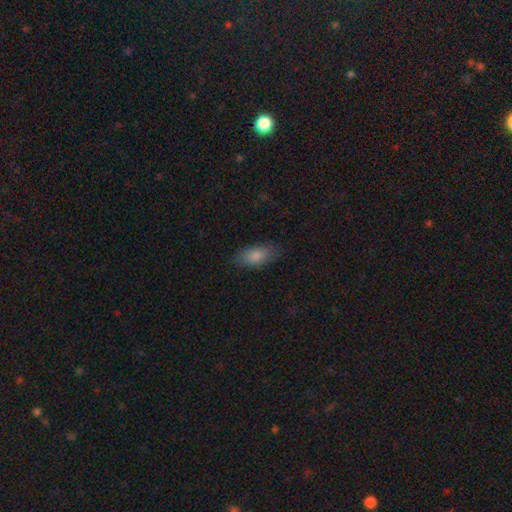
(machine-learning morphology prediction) smooth-or-featured: smooth: 85% | featured or disk: 9% | star or artifact: 7%
  how-rounded: in between: 89% | cigar-shaped: 8% | round: 3%
  merging: none: 80% | minor disturbance: 15% | major disturbance: 4% | merger: 1%